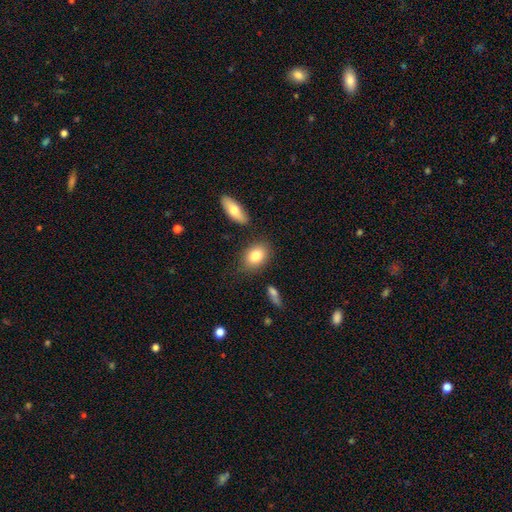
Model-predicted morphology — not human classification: smooth-or-featured: smooth: 82% | featured or disk: 11% | star or artifact: 7%
  how-rounded: in between: 78% | round: 20% | cigar-shaped: 2%
  merging: none: 78% | minor disturbance: 12% | merger: 6% | major disturbance: 3%